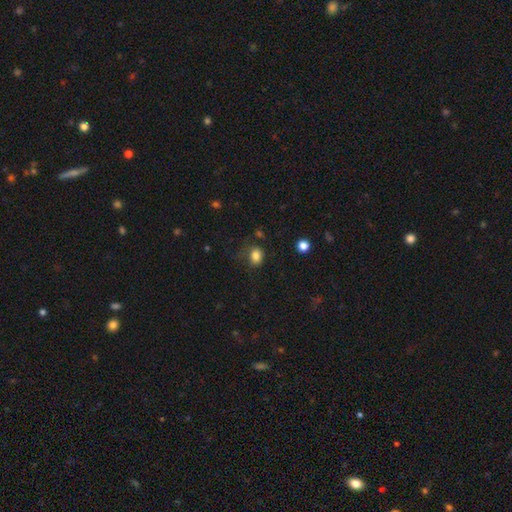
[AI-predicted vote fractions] Morphology: type=smooth (83%); roundness=in between (56%); merging=none (64%).